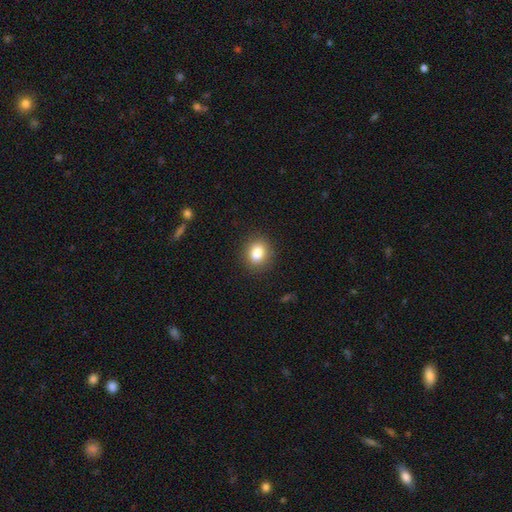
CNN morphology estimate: This is clearly a smooth galaxy (84%). How rounded: possibly round (53%). Merging: clearly none (87%).